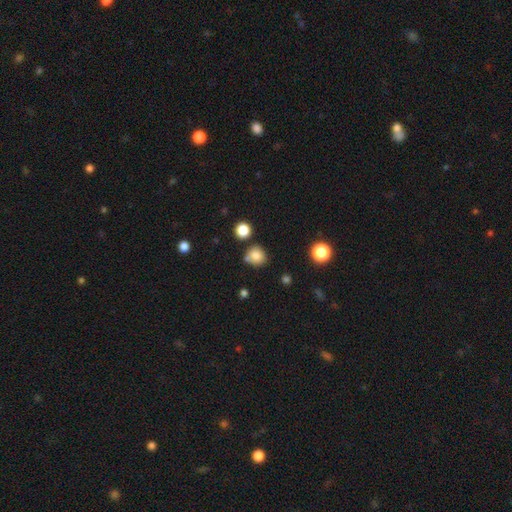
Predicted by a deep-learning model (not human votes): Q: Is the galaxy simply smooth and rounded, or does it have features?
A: smooth — 82%.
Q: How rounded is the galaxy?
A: round — 82%.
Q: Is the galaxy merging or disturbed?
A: none — 69%.